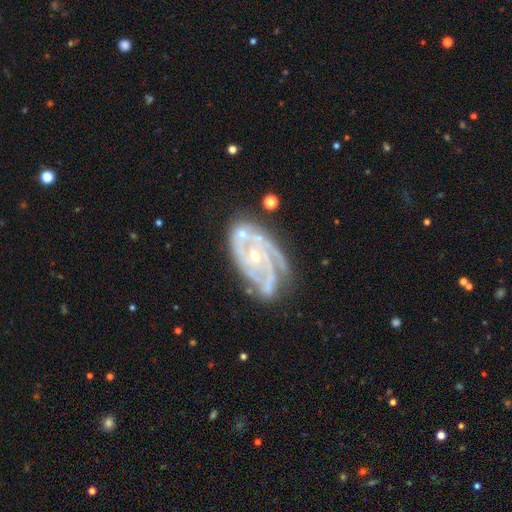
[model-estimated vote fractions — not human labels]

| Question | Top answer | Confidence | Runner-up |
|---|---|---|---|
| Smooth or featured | featured or disk | 88% | star or artifact (6%) |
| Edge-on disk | no | 97% | yes (3%) |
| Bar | no | 70% | weak (22%) |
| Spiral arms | yes | 96% | no (4%) |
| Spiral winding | tight | 63% | medium (31%) |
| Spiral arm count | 3 | 39% | 4 (18%) |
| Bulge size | small | 66% | moderate (30%) |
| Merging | none | 55% | minor disturbance (24%) |